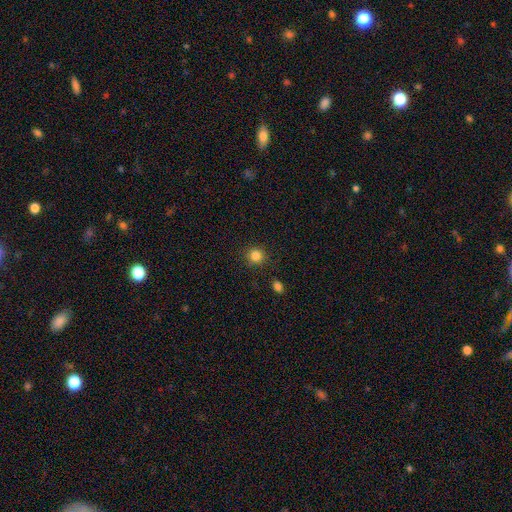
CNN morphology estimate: smooth_or_featured: smooth (p=0.84) [alt: star or artifact p=0.12]
how_rounded: round (p=0.91) [alt: in between p=0.08]
merging: none (p=0.87) [alt: minor disturbance p=0.08]